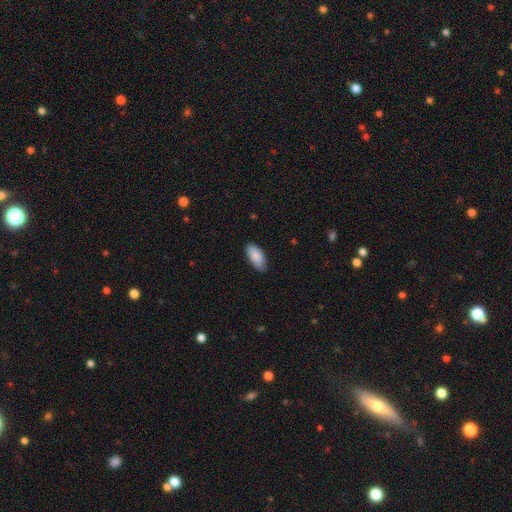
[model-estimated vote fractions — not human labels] Smooth or featured? Predicted: smooth (p=0.88). How rounded? Predicted: in between (p=0.91). Merging? Predicted: none (p=0.84).